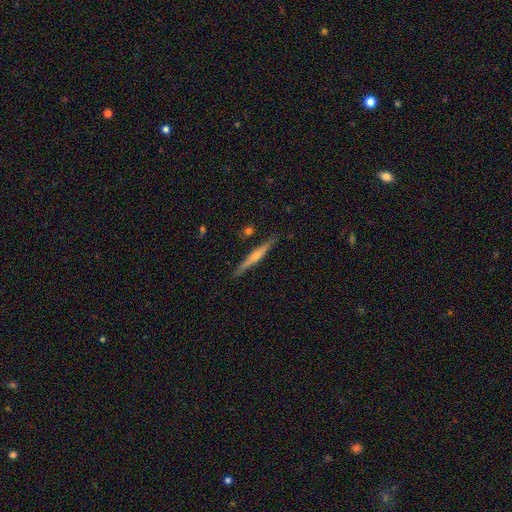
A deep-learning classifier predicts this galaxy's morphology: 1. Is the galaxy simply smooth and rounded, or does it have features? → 65% featured or disk, 29% smooth, 6% star or artifact.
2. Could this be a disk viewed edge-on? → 97% yes, 3% no.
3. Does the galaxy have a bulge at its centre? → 80% rounded, 16% none, 4% boxy.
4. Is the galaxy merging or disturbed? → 87% none, 9% minor disturbance, 2% merger, 2% major disturbance.